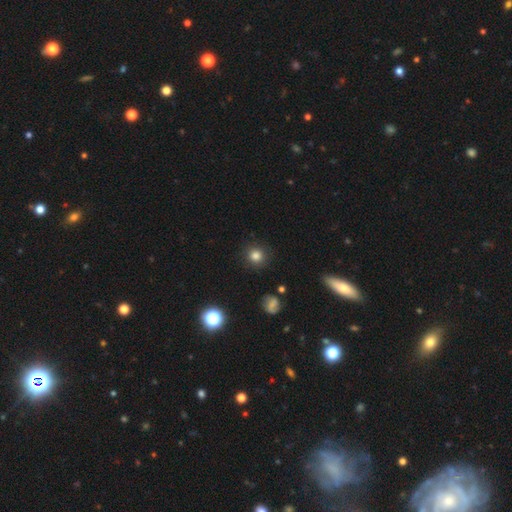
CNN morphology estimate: smooth-or-featured: smooth: 81% | star or artifact: 13% | featured or disk: 6%
  how-rounded: round: 92% | in between: 7% | cigar-shaped: 1%
  merging: none: 89% | minor disturbance: 7% | major disturbance: 3% | merger: 1%